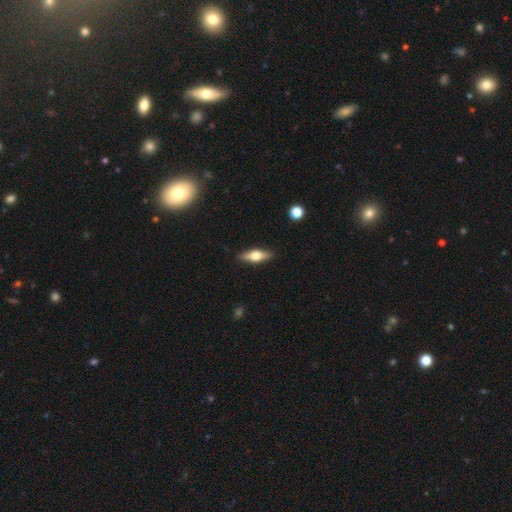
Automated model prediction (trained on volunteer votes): Overall: featured or disk (51%; smooth 43%). Edge-on disk: yes (93%). Merging: none (88%).